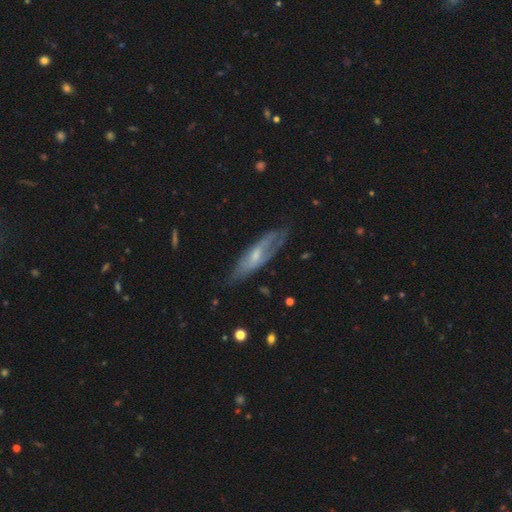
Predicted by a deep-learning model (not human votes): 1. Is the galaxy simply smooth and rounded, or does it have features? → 63% featured or disk, 30% smooth, 6% star or artifact.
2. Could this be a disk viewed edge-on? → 61% no, 39% yes.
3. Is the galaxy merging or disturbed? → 60% none, 26% minor disturbance, 12% major disturbance, 2% merger.